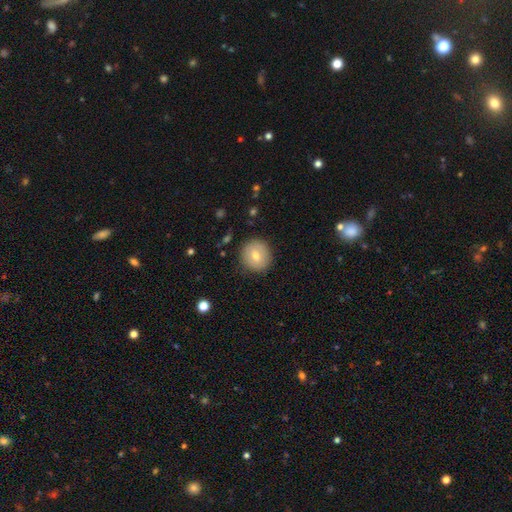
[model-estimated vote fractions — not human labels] smooth-or-featured: smooth: 71% | featured or disk: 20% | star or artifact: 9%
  how-rounded: round: 90% | in between: 9% | cigar-shaped: 1%
  merging: none: 89% | minor disturbance: 8% | major disturbance: 2% | merger: 1%